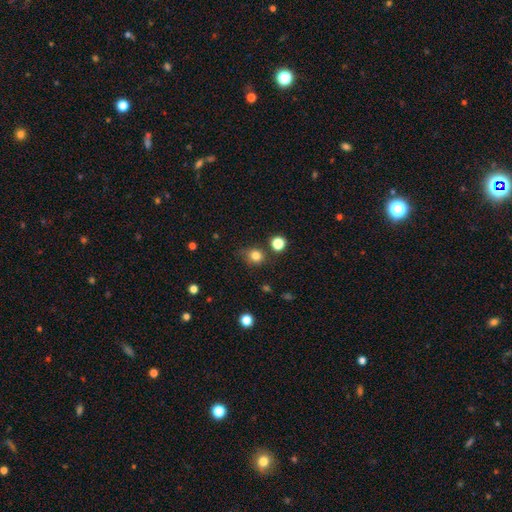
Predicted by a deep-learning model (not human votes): smooth-or-featured: smooth: 81% | star or artifact: 14% | featured or disk: 5%
  how-rounded: round: 82% | in between: 17% | cigar-shaped: 1%
  merging: none: 72% | minor disturbance: 17% | merger: 6% | major disturbance: 5%